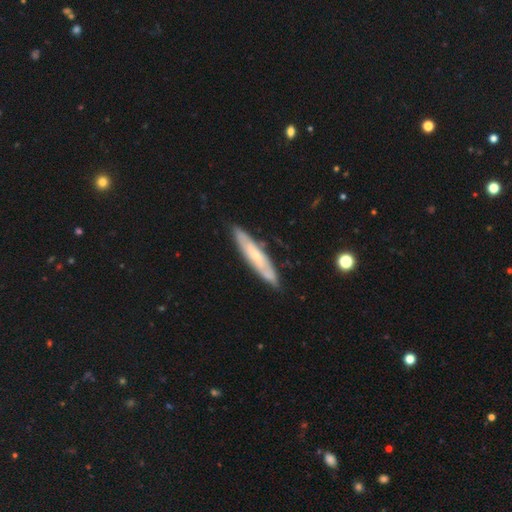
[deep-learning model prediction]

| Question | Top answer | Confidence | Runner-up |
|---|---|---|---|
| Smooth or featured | featured or disk | 54% | smooth (40%) |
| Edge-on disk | yes | 61% | no (39%) |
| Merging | none | 81% | minor disturbance (14%) |